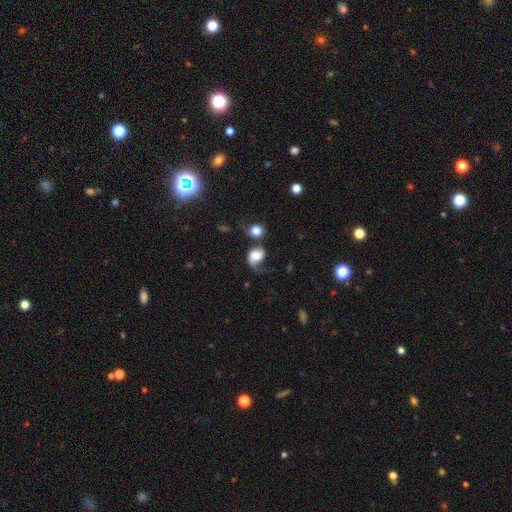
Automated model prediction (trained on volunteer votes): Smooth or featured? Predicted: featured or disk (p=0.46). Merging? Predicted: major disturbance (p=0.33).